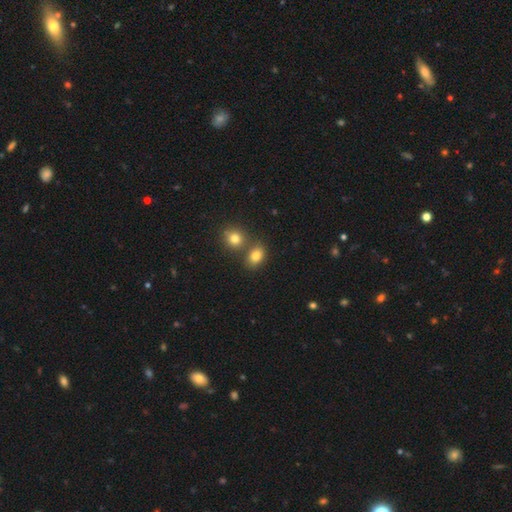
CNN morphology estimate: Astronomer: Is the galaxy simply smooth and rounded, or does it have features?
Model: smooth — 80%.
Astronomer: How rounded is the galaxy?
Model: in between — 62% (runner-up: round, 37%).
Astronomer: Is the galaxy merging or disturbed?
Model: none — 59%.